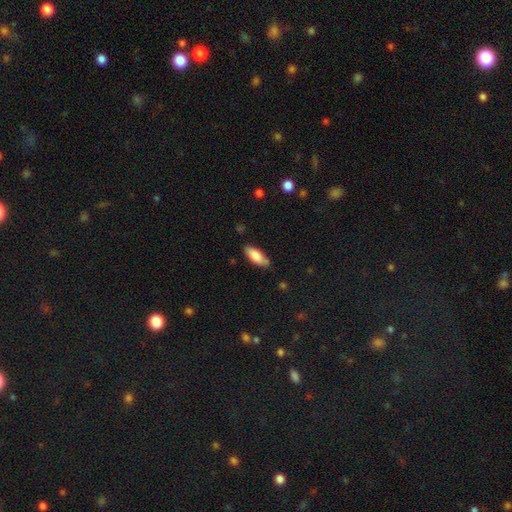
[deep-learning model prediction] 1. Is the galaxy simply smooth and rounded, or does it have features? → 83% smooth, 11% featured or disk, 6% star or artifact.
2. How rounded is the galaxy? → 74% in between, 24% cigar-shaped, 2% round.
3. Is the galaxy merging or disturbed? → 80% none, 16% minor disturbance, 3% major disturbance, 1% merger.